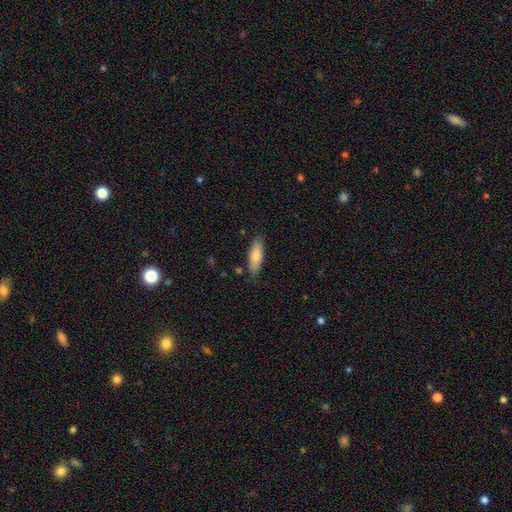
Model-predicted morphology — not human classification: This is likely a smooth galaxy (73%). How rounded: possibly in between (49%, tied with cigar-shaped). Merging: clearly none (85%).